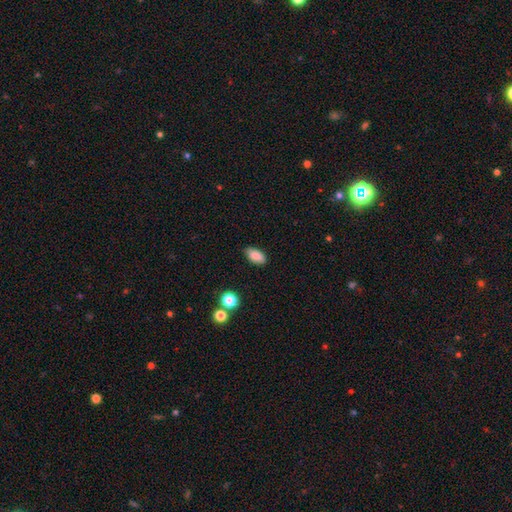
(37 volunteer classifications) Volunteers were most divided on "merging": none: 82%, minor disturbance: 9%, major disturbance: 6%, merger: 3%. More confident: smooth or featured — smooth (92%); how rounded — in between (85%).